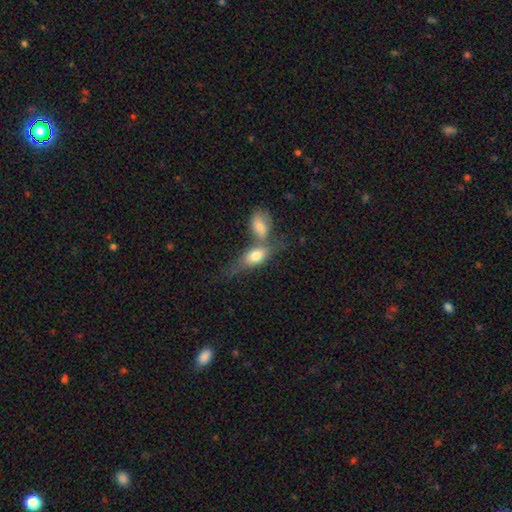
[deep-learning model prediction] Smooth or featured? Predicted: smooth (p=0.67). How rounded? Predicted: in between (p=0.79). Merging? Predicted: merger (p=0.54).